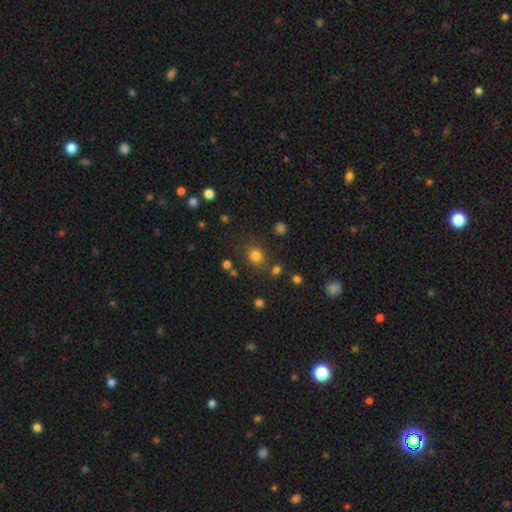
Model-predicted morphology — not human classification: smooth-or-featured: smooth: 78% | star or artifact: 17% | featured or disk: 6%
  how-rounded: round: 81% | in between: 18% | cigar-shaped: 1%
  merging: none: 79% | minor disturbance: 10% | merger: 6% | major disturbance: 4%